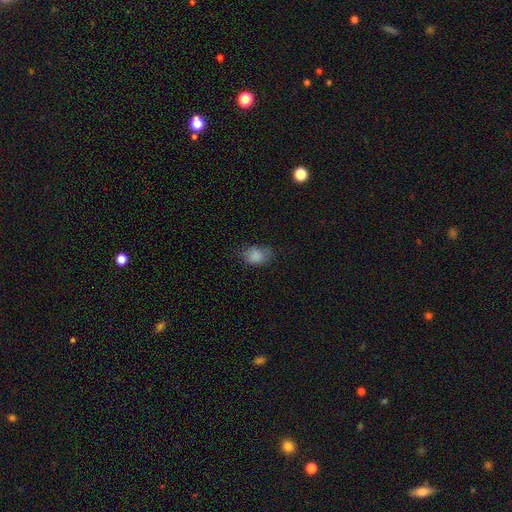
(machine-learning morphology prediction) A smooth galaxy with no disk features (83%) that is in between round and cigar-shaped (73%). Merging: none (65%).